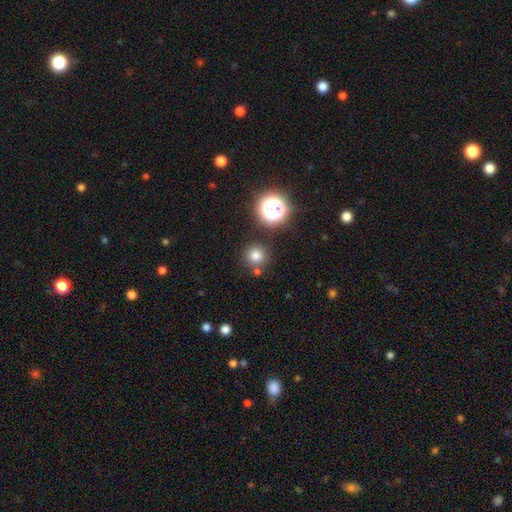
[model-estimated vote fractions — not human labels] This appears to be a smooth galaxy with no disk features (76%) that is round (95%). Merging: none (81%).